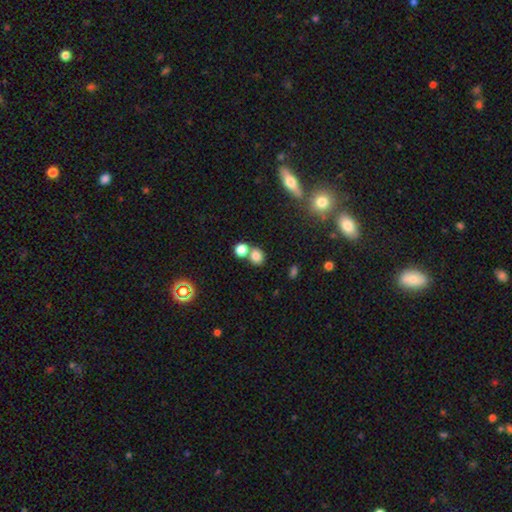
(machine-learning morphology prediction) Q: Smooth or featured?
A: smooth (79%); runner-up: star or artifact (13%)
Q: How rounded?
A: round (66%); runner-up: in between (33%)
Q: Merging?
A: none (48%); runner-up: merger (40%)